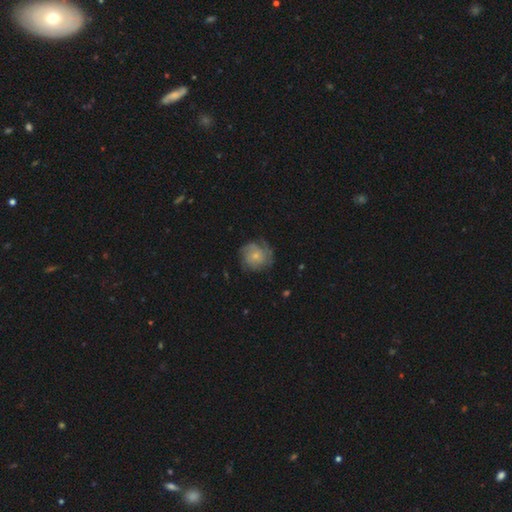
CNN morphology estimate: A featured or disk galaxy (48%).

Vote fractions:
- Smooth or featured? featured or disk: 48% / smooth: 44% / star or artifact: 8%
- Merging? none: 68% / minor disturbance: 21% / major disturbance: 9% / merger: 1%